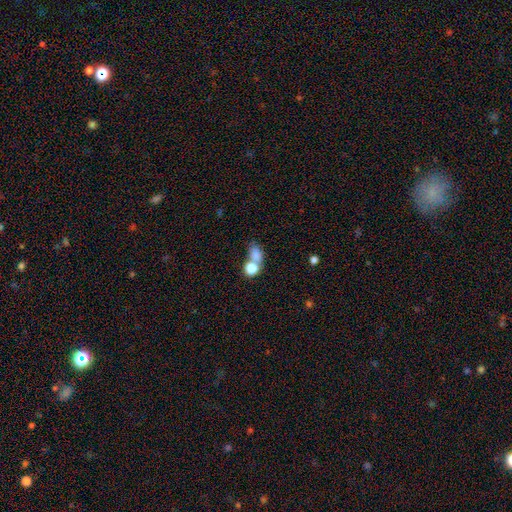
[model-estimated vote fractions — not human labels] Smooth or featured? Predicted: smooth (p=0.76). How rounded? Predicted: in between (p=0.59). Merging? Predicted: merger (p=0.45).